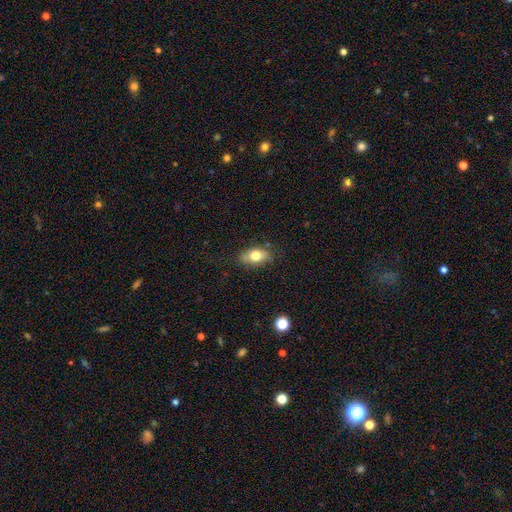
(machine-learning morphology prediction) This appears to be a smooth galaxy with no disk features (73%) that is in between round and cigar-shaped (85%). Merging: none (79%).